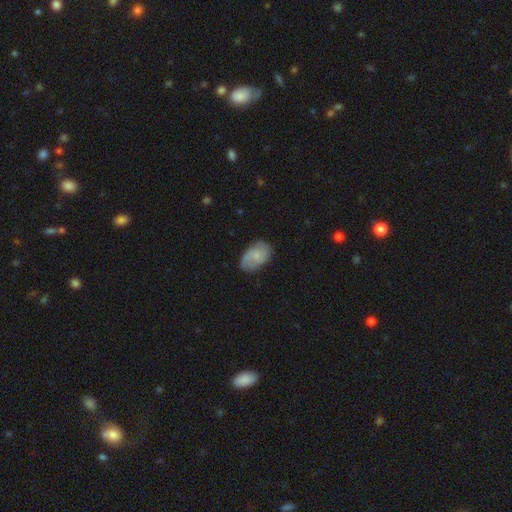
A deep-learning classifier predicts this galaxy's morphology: Q: Smooth or featured?
A: smooth (57%); runner-up: featured or disk (36%)
Q: How rounded?
A: in between (89%); runner-up: round (10%)
Q: Merging?
A: none (65%); runner-up: minor disturbance (26%)